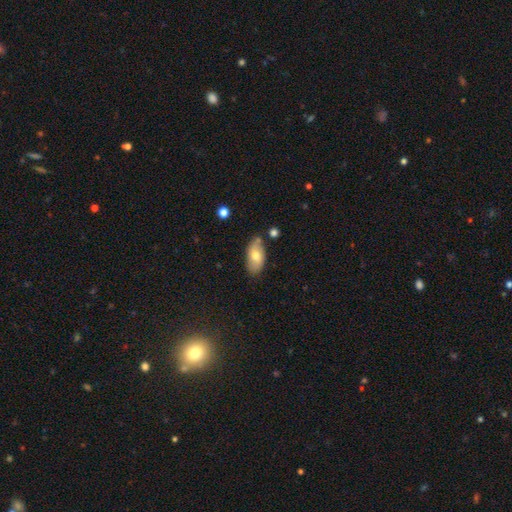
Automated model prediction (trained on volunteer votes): The model was most divided on "smooth or featured": smooth: 70%, featured or disk: 23%, star or artifact: 7%. More confident: how rounded — in between (92%); merging — none (73%).